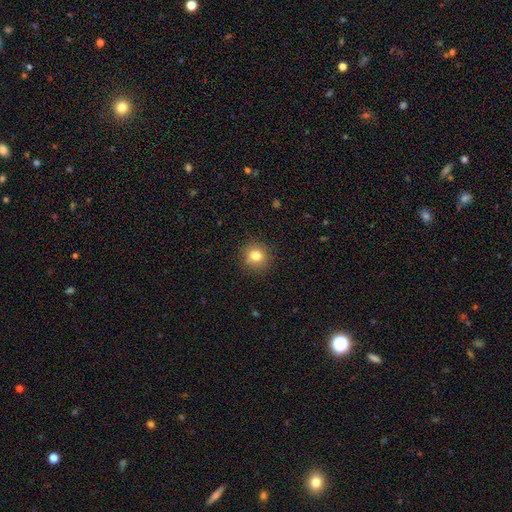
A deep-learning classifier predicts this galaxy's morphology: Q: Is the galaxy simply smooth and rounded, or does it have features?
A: smooth — 79%.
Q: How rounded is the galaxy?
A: round — 85%.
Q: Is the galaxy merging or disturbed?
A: none — 87%.